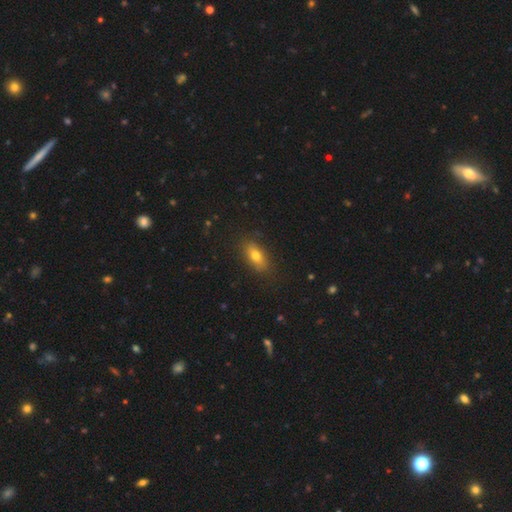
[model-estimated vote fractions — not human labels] A smooth galaxy with no disk features (72%) that is in between round and cigar-shaped (81%).

Vote fractions:
- Smooth or featured? smooth: 72% / featured or disk: 19% / star or artifact: 9%
- How rounded? in between: 81% / cigar-shaped: 12% / round: 7%
- Merging? none: 82% / minor disturbance: 13% / major disturbance: 4% / merger: 1%